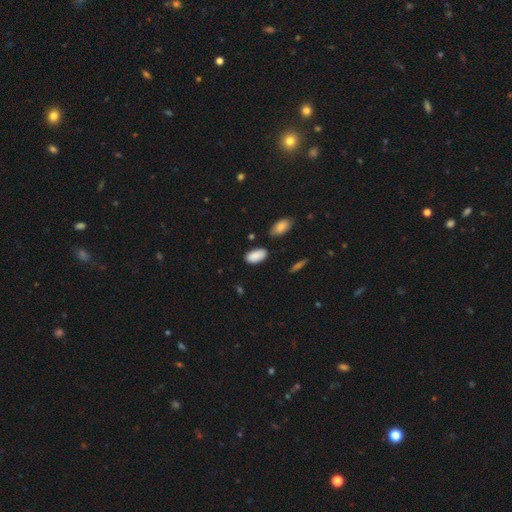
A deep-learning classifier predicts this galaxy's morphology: This appears to be a smooth galaxy with no disk features (88%) that is in between round and cigar-shaped (94%). Merging: none (75%).